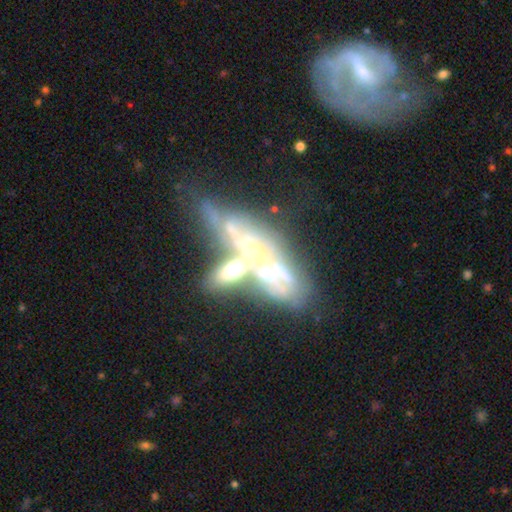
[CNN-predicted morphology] smooth_or_featured: featured or disk (p=0.70) [alt: smooth p=0.17]
disk_edge_on: no (p=0.62) [alt: yes p=0.38]
merging: merger (p=0.45) [alt: none p=0.23]